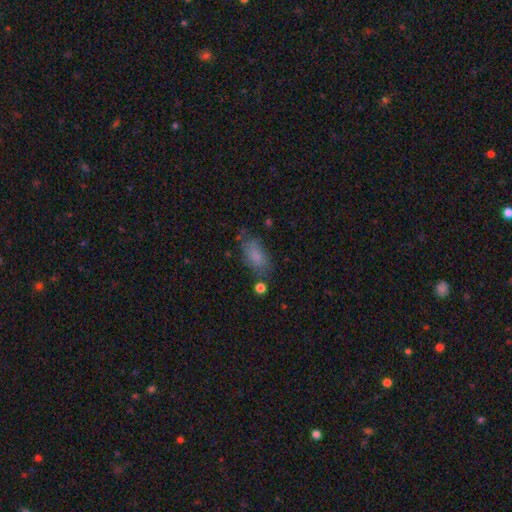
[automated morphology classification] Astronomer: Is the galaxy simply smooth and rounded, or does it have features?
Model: smooth — 80%.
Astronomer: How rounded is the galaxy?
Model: in between — 89%.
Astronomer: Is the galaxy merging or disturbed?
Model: none — 64%.